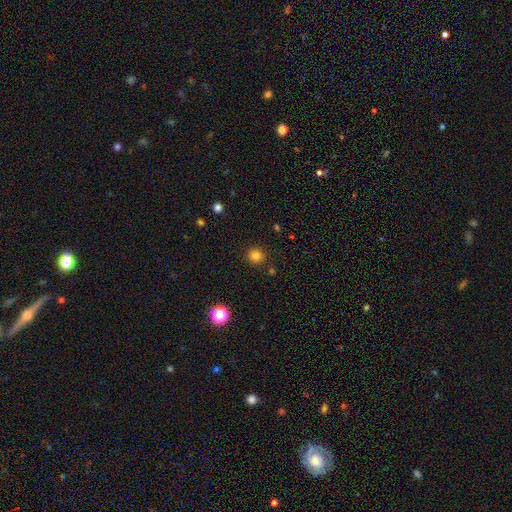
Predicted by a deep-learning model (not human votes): Smooth or featured: smooth — 82% (star or artifact — 14%)
How rounded: round — 92% (in between — 7%)
Merging: none — 90% (minor disturbance — 6%)